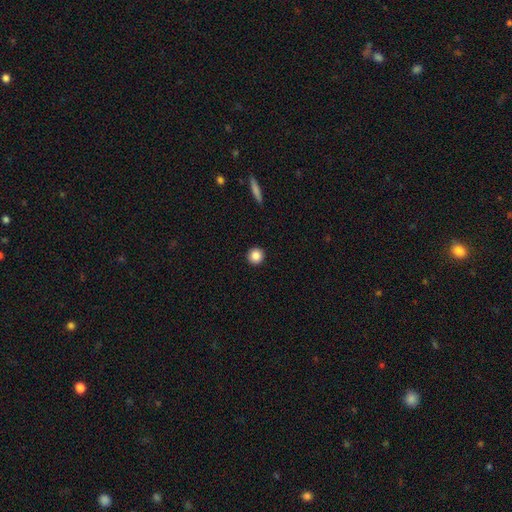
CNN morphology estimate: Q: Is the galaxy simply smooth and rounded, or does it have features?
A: smooth — 87%.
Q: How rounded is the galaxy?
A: round — 95%.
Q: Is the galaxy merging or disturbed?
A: none — 93%.